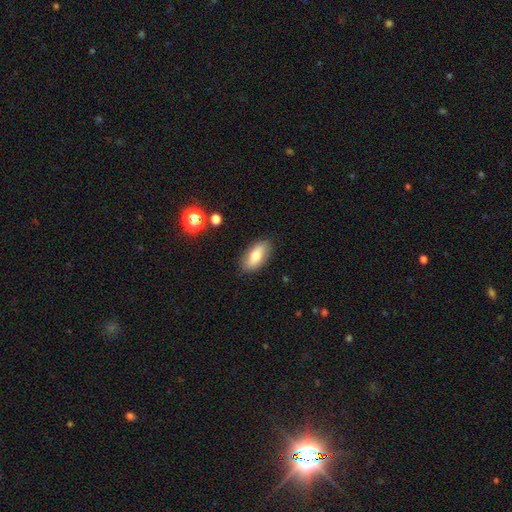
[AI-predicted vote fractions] Morphology: type=smooth (71%); roundness=in between (87%); merging=none (86%).